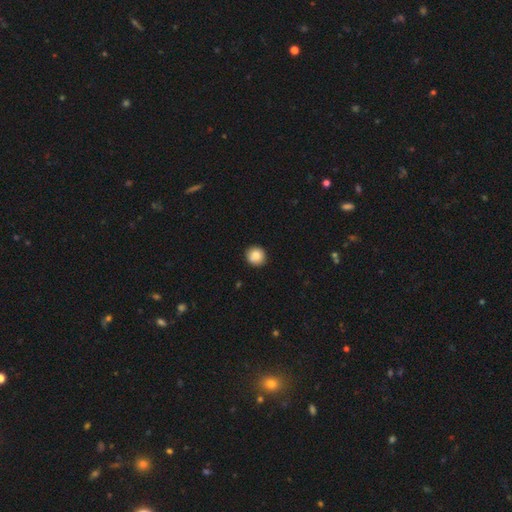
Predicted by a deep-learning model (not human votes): This is clearly a smooth galaxy (86%). How rounded: clearly round (93%). Merging: clearly none (90%).